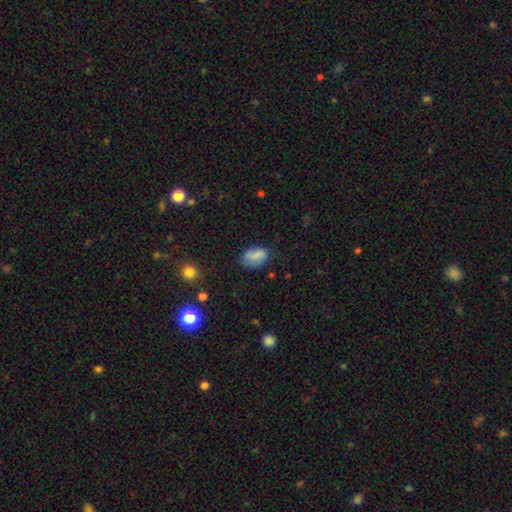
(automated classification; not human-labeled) This appears to be a smooth galaxy with no disk features (79%) that is in between round and cigar-shaped (88%). Merging: none (66%).